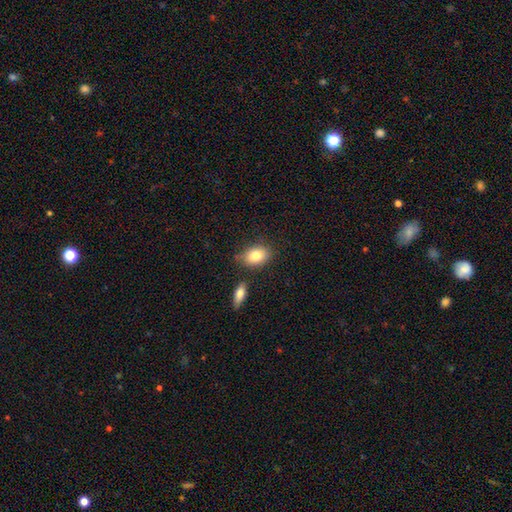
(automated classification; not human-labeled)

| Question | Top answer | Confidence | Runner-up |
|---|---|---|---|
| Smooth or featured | smooth | 82% | featured or disk (11%) |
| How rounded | in between | 79% | round (19%) |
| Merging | none | 73% | minor disturbance (15%) |